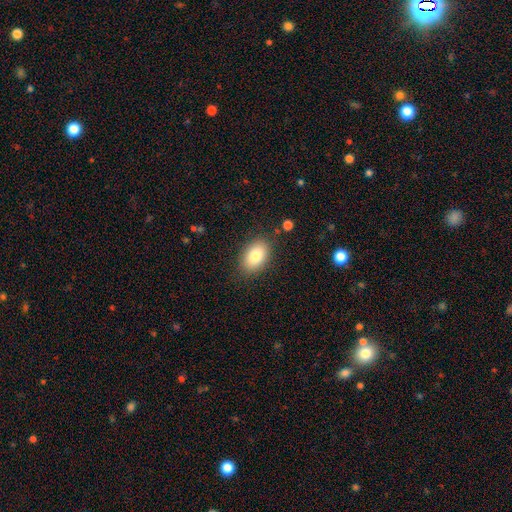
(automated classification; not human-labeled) Smooth or featured? Predicted: smooth (p=0.82). How rounded? Predicted: in between (p=0.88). Merging? Predicted: none (p=0.84).